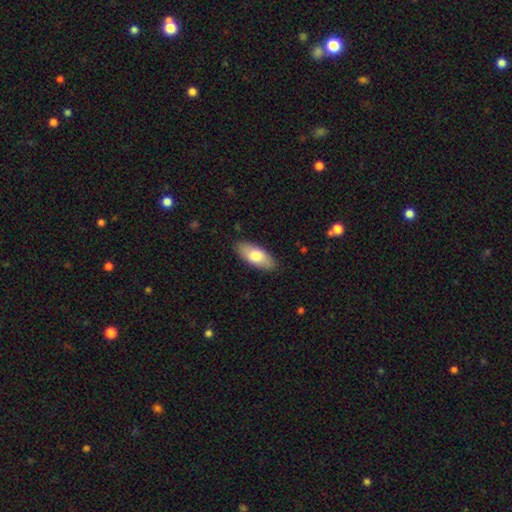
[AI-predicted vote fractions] The model was most divided on "smooth or featured": smooth: 75%, featured or disk: 20%, star or artifact: 6%. More confident: merging — none (87%); how rounded — in between (86%).